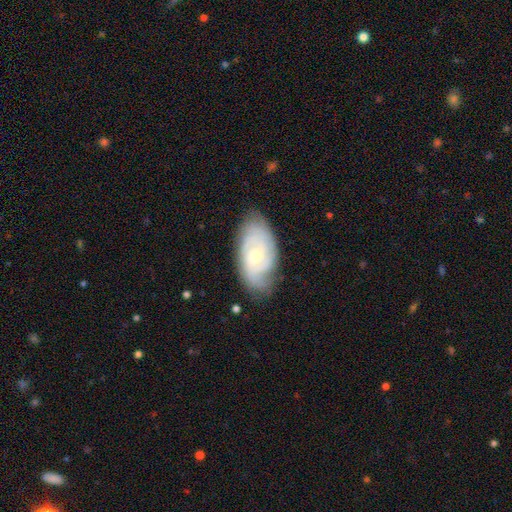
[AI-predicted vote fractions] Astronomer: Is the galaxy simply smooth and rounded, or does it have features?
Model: featured or disk — 76%.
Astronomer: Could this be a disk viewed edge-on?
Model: no — 95%.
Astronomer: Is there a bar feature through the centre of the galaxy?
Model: no — 54% (runner-up: weak, 39%).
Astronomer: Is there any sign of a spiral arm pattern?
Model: yes — 94%.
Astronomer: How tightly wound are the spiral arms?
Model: tight — 58%.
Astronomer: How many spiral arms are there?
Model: can't tell — 34% (runner-up: 2, 28%).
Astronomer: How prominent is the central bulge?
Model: small — 61% (runner-up: moderate, 36%).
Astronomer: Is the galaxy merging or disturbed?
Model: none — 75%.